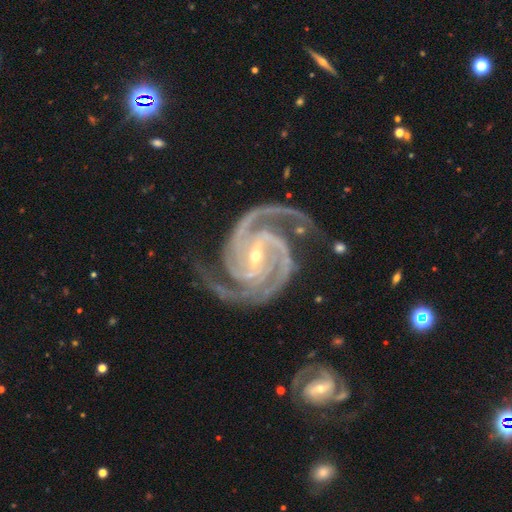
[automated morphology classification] Smooth or featured? Predicted: featured or disk (p=0.95). Edge-on disk? Predicted: no (p=0.98). Bar? Predicted: strong (p=0.48). Spiral arms? Predicted: yes (p=0.99). Spiral winding? Predicted: tight (p=0.54). Spiral arm count? Predicted: 2 (p=0.39). Bulge size? Predicted: small (p=0.74). Merging? Predicted: none (p=0.72).